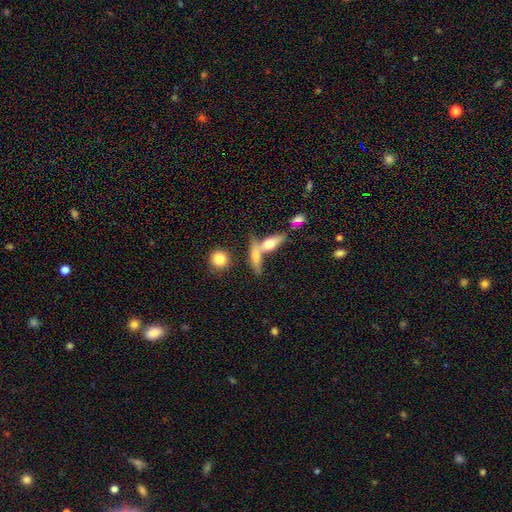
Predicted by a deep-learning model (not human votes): This is possibly a smooth galaxy (54%). How rounded: possibly cigar-shaped (52%). Merging: marginally merger (43%).